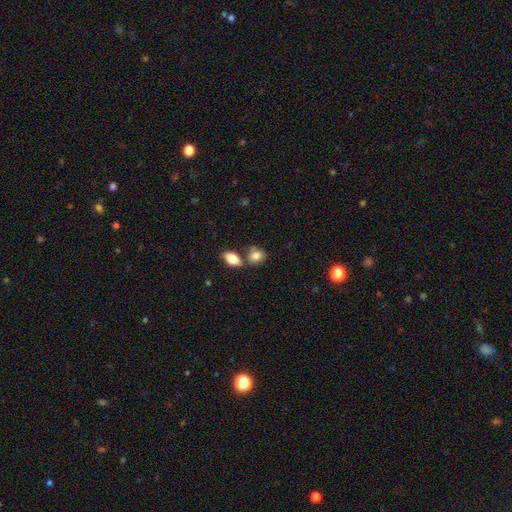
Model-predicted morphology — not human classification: Q: Smooth or featured?
A: smooth (82%); runner-up: featured or disk (10%)
Q: How rounded?
A: in between (62%); runner-up: round (35%)
Q: Merging?
A: none (55%); runner-up: merger (27%)